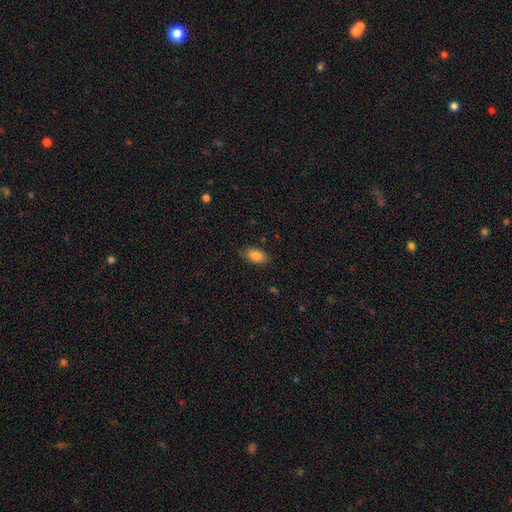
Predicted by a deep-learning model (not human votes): A smooth galaxy with no disk features (84%) that is in between round and cigar-shaped (91%). Merging: none (82%).